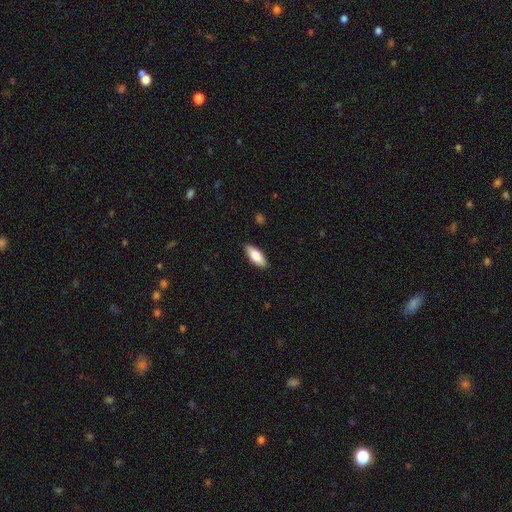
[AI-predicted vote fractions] smooth-or-featured: smooth: 82% | featured or disk: 12% | star or artifact: 6%
  how-rounded: in between: 80% | cigar-shaped: 18% | round: 2%
  merging: none: 89% | minor disturbance: 9% | major disturbance: 2% | merger: 1%